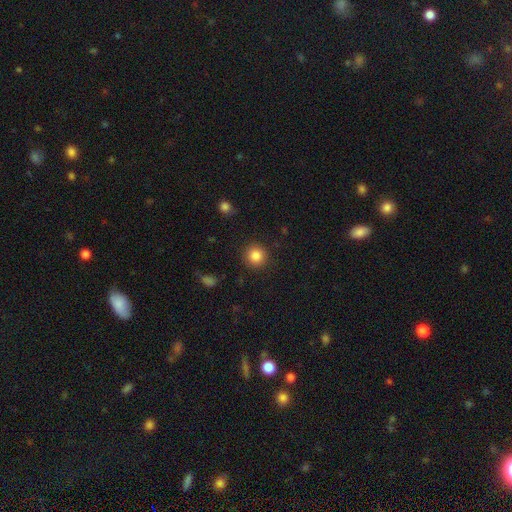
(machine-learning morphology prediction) A smooth galaxy with no disk features (85%) that is round (94%).

Vote fractions:
- Smooth or featured? smooth: 85% / star or artifact: 10% / featured or disk: 5%
- How rounded? round: 94% / in between: 5% / cigar-shaped: 1%
- Merging? none: 91% / minor disturbance: 6% / major disturbance: 2% / merger: 1%